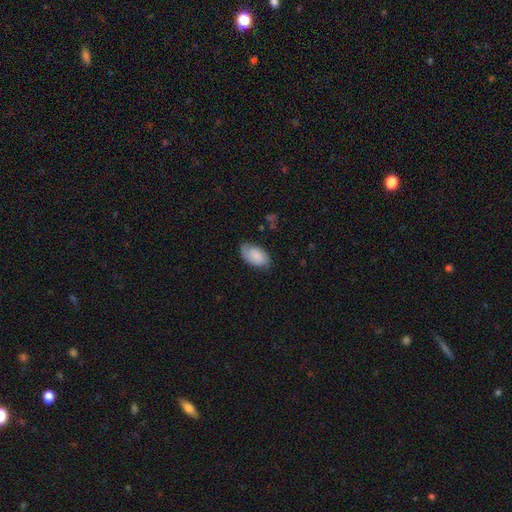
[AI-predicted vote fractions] This appears to be a smooth galaxy with no disk features (66%) that is in between round and cigar-shaped (94%). Merging: none (70%).